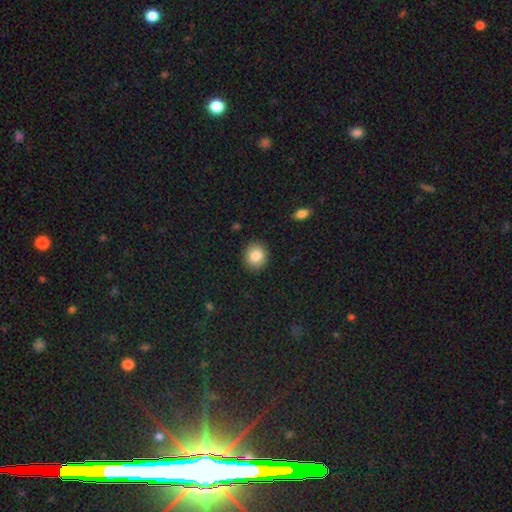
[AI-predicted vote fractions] A smooth galaxy with no disk features (85%) that is round (82%).

Vote fractions:
- Smooth or featured? smooth: 85% / star or artifact: 9% / featured or disk: 6%
- How rounded? round: 82% / in between: 18% / cigar-shaped: 1%
- Merging? none: 90% / minor disturbance: 7% / major disturbance: 2% / merger: 1%